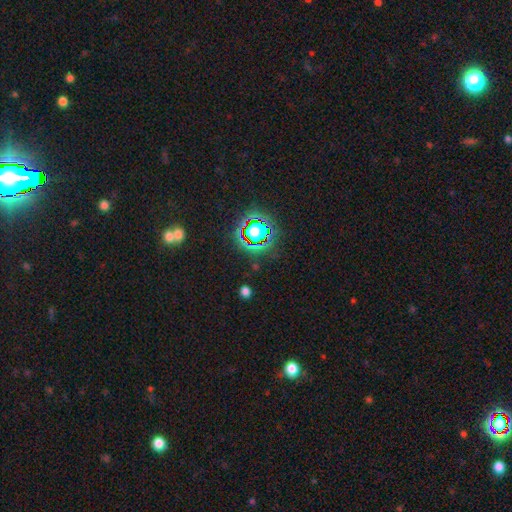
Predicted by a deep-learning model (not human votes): The model was most divided on "smooth or featured": star or artifact: 78%, smooth: 13%, featured or disk: 9%.